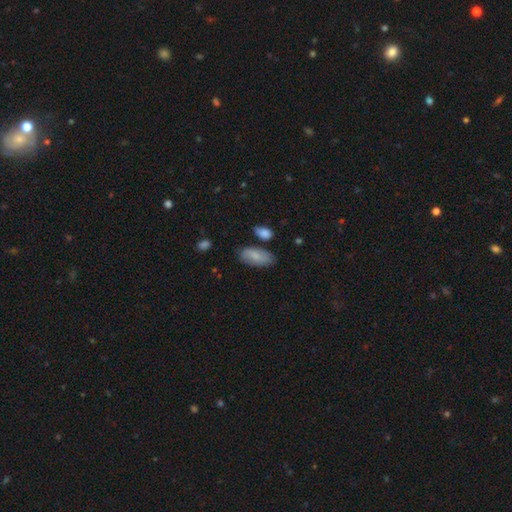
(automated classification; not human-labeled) A smooth galaxy with no disk features (80%) that is in between round and cigar-shaped (91%). Merging: none (72%).